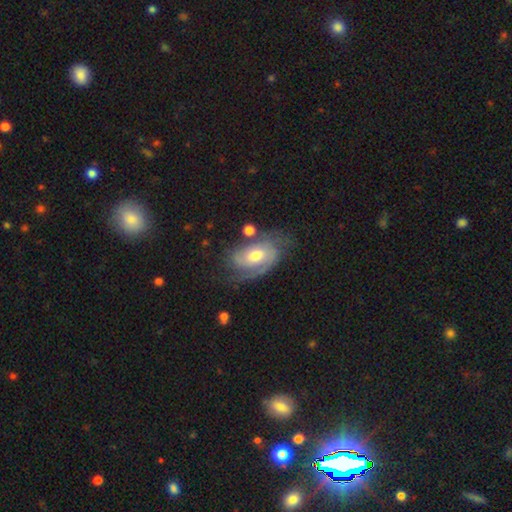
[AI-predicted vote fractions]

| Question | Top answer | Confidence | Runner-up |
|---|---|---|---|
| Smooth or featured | featured or disk | 74% | smooth (20%) |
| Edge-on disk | no | 95% | yes (5%) |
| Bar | no | 53% | weak (39%) |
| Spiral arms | yes | 91% | no (9%) |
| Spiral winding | tight | 47% | medium (39%) |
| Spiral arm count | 2 | 57% | can't tell (22%) |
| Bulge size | moderate | 69% | small (16%) |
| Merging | none | 58% | minor disturbance (23%) |